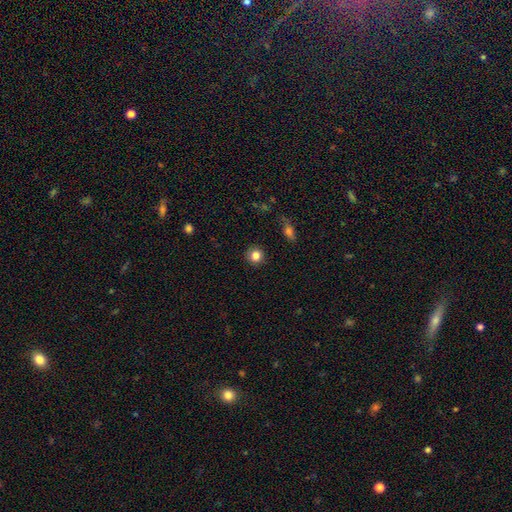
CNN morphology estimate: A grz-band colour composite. It shows a smooth galaxy with no disk features (84%) that is round (93%). Merging: none (91%).